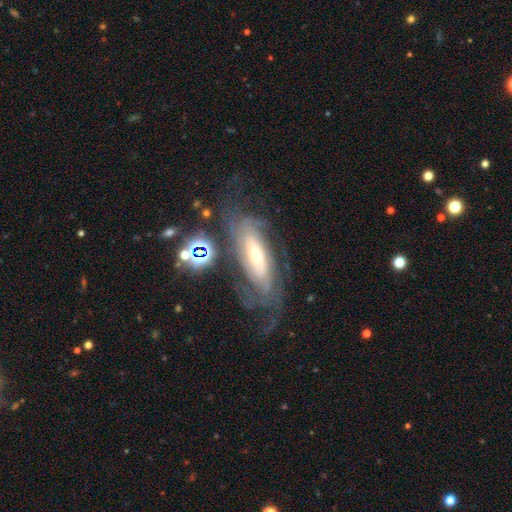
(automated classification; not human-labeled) Smooth or featured: featured or disk — 80% (smooth — 12%)
Edge-on disk: no — 87% (yes — 13%)
Bar: no — 56% (weak — 27%)
Spiral arms: yes — 91% (no — 9%)
Spiral winding: tight — 60% (medium — 29%)
Spiral arm count: can't tell — 50% (2 — 17%)
Bulge size: small — 50% (moderate — 41%)
Merging: none — 59% (minor disturbance — 19%)